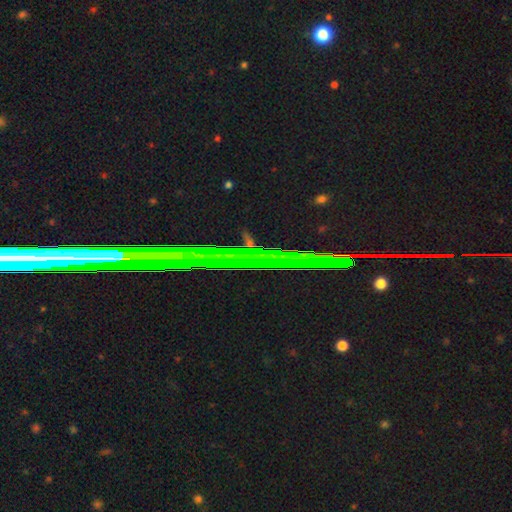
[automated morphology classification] Smooth or featured?
  - star or artifact: 76% *
  - featured or disk: 16%
  - smooth: 9%